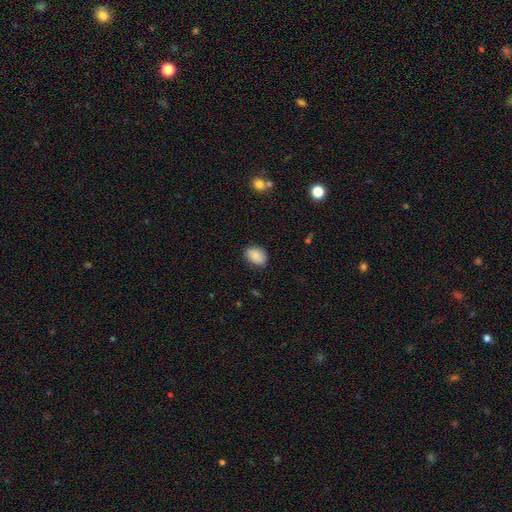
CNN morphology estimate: A smooth galaxy with no disk features (87%) that is in between round and cigar-shaped (75%).

Vote fractions:
- Smooth or featured? smooth: 87% / star or artifact: 8% / featured or disk: 6%
- How rounded? in between: 75% / round: 24% / cigar-shaped: 1%
- Merging? none: 82% / minor disturbance: 14% / major disturbance: 3% / merger: 1%